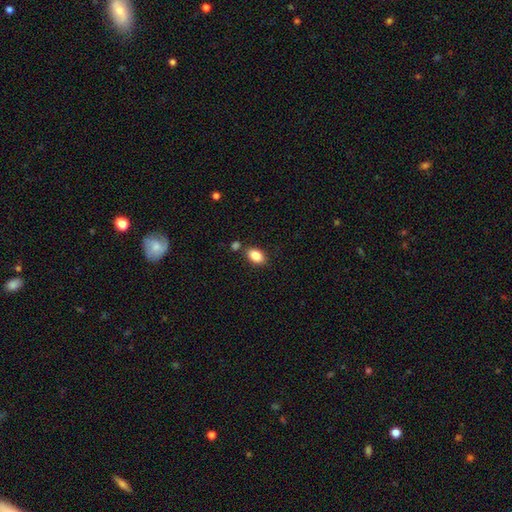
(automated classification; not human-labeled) This appears to be a smooth galaxy with no disk features (86%) that is in between round and cigar-shaped (88%). Merging: none (77%).